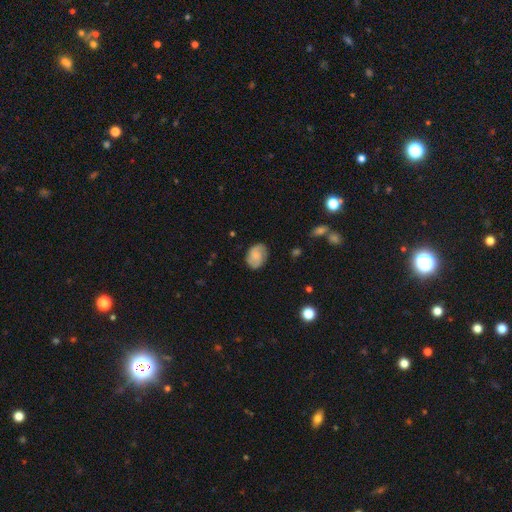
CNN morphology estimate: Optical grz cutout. It shows a smooth galaxy with no disk features (50%). Merging: none (77%).